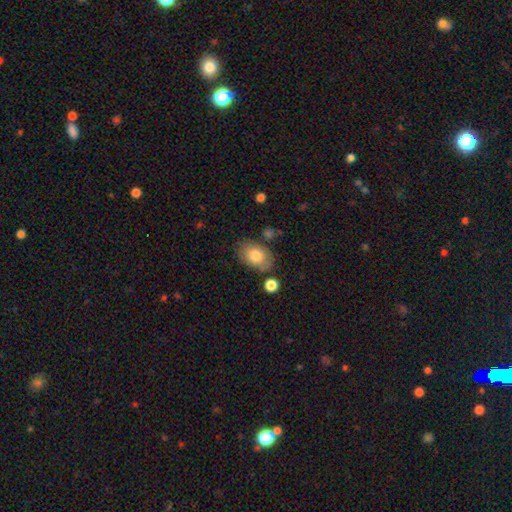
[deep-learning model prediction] smooth 78%, featured or disk 15%, star or artifact 7%. Down the decision tree: how rounded — in between (84%); merging — none (72%).